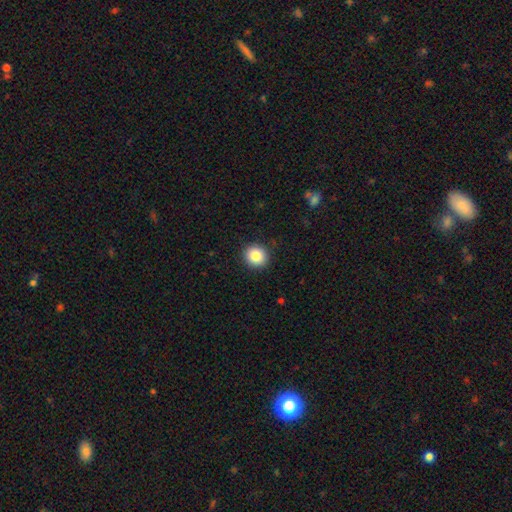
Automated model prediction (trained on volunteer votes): smooth-or-featured: smooth: 85% | star or artifact: 9% | featured or disk: 5%
  how-rounded: round: 88% | in between: 11% | cigar-shaped: 1%
  merging: none: 91% | minor disturbance: 6% | major disturbance: 2% | merger: 1%